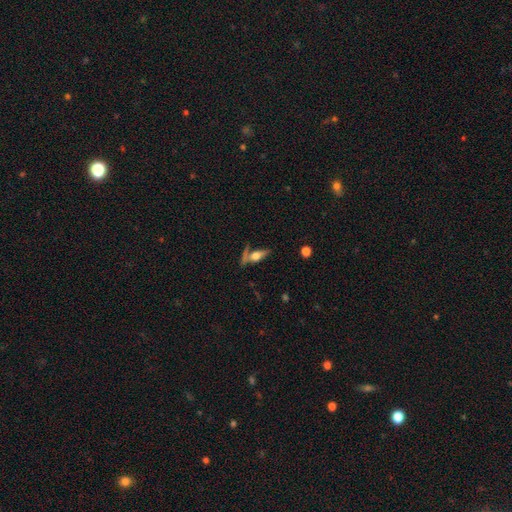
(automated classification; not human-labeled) Smooth or featured? Predicted: featured or disk (p=0.51). Edge-on disk? Predicted: yes (p=0.84). Merging? Predicted: none (p=0.56).